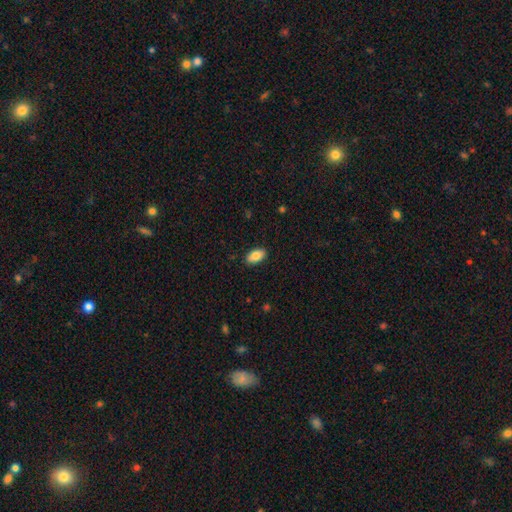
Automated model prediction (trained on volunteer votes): Smooth or featured?
  - smooth: 83% *
  - featured or disk: 10%
  - star or artifact: 7%
How rounded?
  - in between: 93% *
  - round: 4%
  - cigar-shaped: 3%
Merging?
  - none: 89% *
  - minor disturbance: 8%
  - major disturbance: 2%
  - merger: 1%